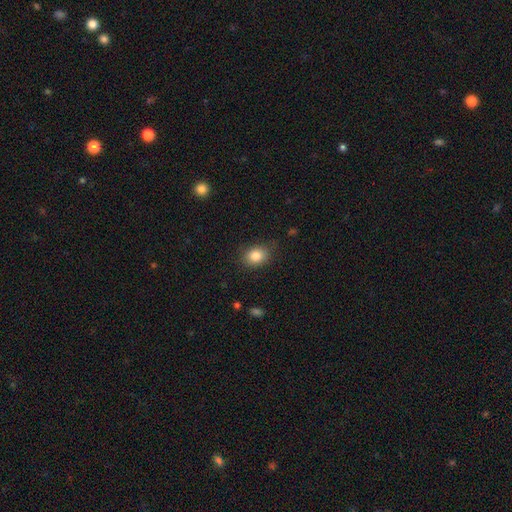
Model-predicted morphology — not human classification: This appears to be a smooth galaxy with no disk features (83%) that is in between round and cigar-shaped (54%). Merging: none (82%).